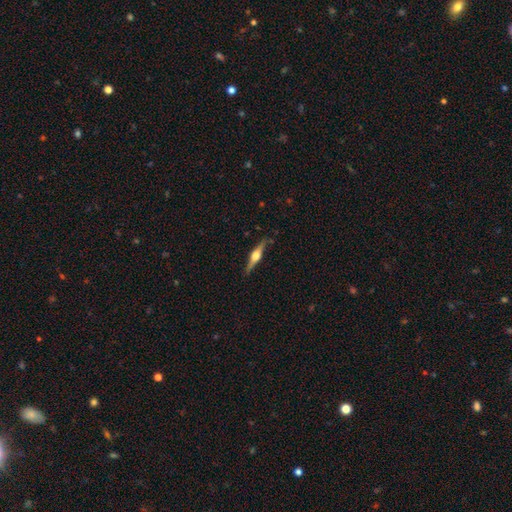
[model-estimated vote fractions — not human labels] Smooth or featured?
  - featured or disk: 77% *
  - smooth: 18%
  - star or artifact: 5%
Edge-on disk?
  - yes: 98% *
  - no: 2%
Edge-on bulge?
  - rounded: 94% *
  - boxy: 5%
  - none: 2%
Merging?
  - none: 88% *
  - minor disturbance: 9%
  - major disturbance: 2%
  - merger: 1%